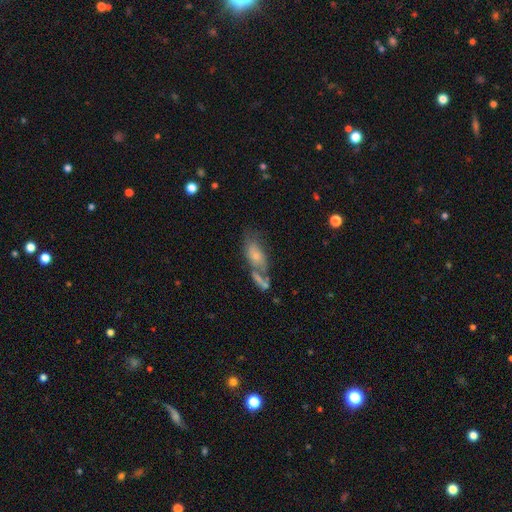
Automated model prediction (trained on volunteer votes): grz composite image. It shows a smooth galaxy with no disk features (54%) that is in between round and cigar-shaped (79%). Merging: none (33%).